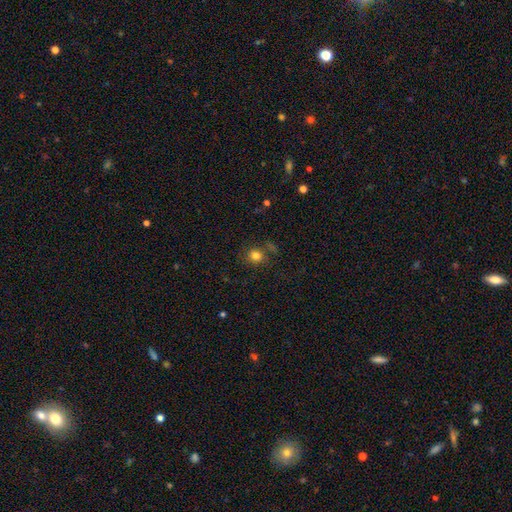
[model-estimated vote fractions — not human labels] Smooth or featured? smooth (80%)
How rounded? round (81%)
Merging? none (74%)